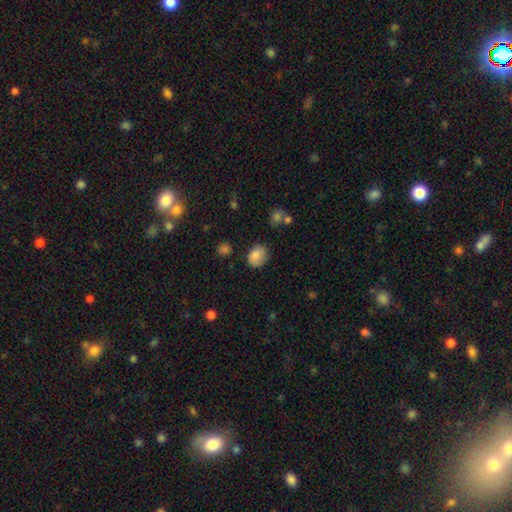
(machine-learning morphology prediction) A smooth galaxy with no disk features (82%) that is in between round and cigar-shaped (53%). Merging: none (66%).